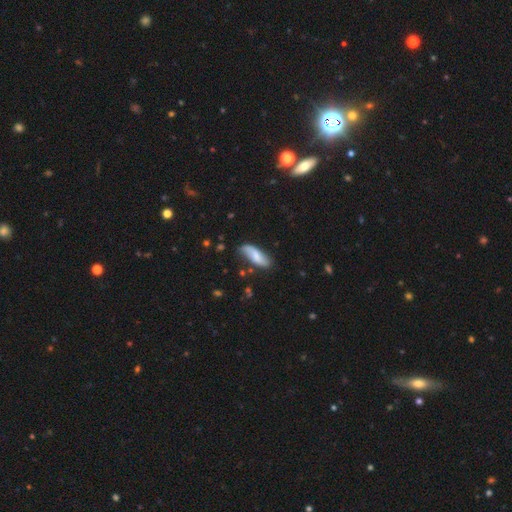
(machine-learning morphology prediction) This is likely a smooth galaxy (63%). How rounded: likely in between (70%). Merging: likely none (68%).